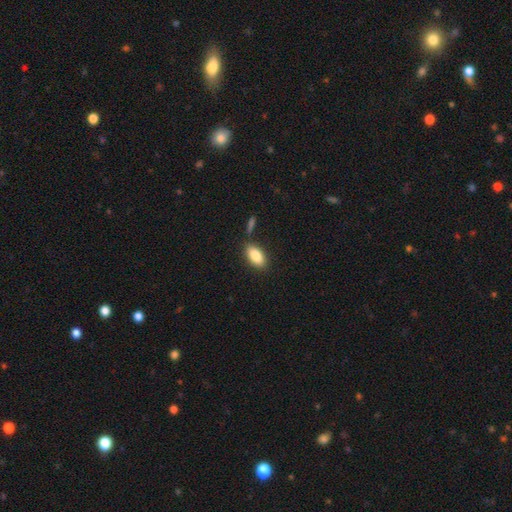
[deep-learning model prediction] The model was most divided on "merging": none: 80%, minor disturbance: 11%, merger: 6%, major disturbance: 3%. More confident: how rounded — in between (91%); smooth or featured — smooth (85%).